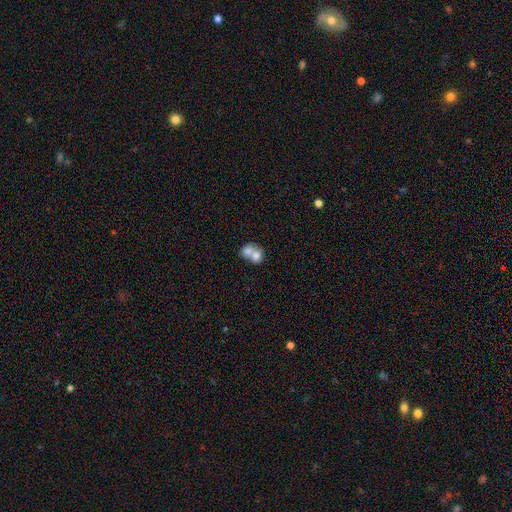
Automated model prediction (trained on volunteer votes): A smooth galaxy with no disk features (70%) that is round (56%). Merging: merger (75%).